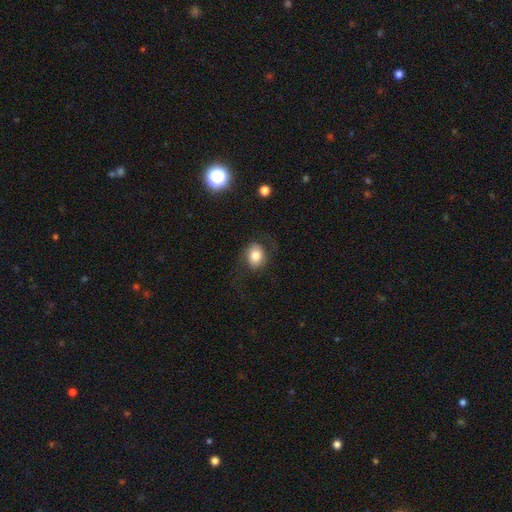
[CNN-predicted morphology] Smooth or featured? Predicted: smooth (p=0.69). How rounded? Predicted: round (p=0.50). Merging? Predicted: none (p=0.69).